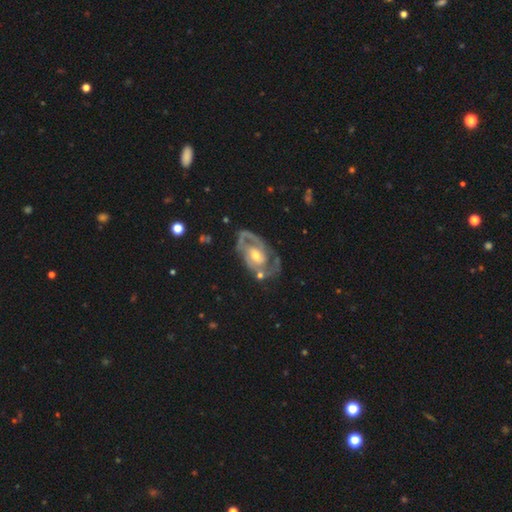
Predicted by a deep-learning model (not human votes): smooth_or_featured: featured or disk (p=0.87) [alt: smooth p=0.09]
disk_edge_on: no (p=0.96) [alt: yes p=0.04]
bar: no (p=0.47) [alt: weak p=0.38]
has_spiral_arms: yes (p=0.90) [alt: no p=0.10]
spiral_winding: medium (p=0.46) [alt: tight p=0.41]
spiral_arm_count: 2 (p=0.76) [alt: can't tell p=0.10]
bulge_size: moderate (p=0.57) [alt: small p=0.35]
merging: none (p=0.66) [alt: minor disturbance p=0.19]